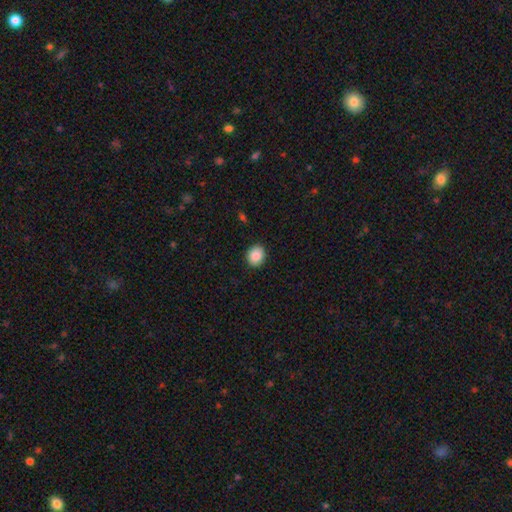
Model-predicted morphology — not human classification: smooth_or_featured: smooth (p=0.89) [alt: star or artifact p=0.08]
how_rounded: round (p=0.67) [alt: in between p=0.32]
merging: none (p=0.90) [alt: minor disturbance p=0.07]